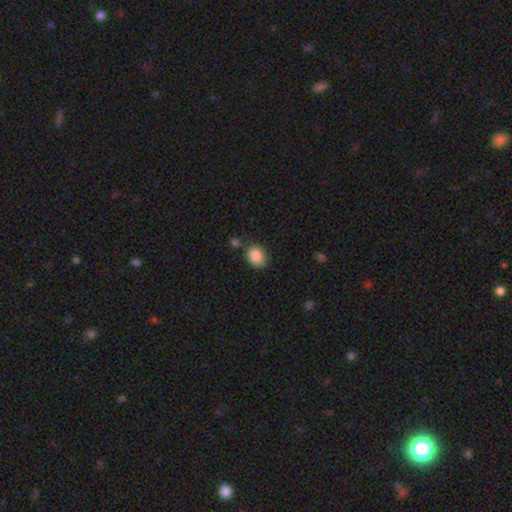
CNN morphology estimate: Smooth or featured?
  - smooth: 88% *
  - star or artifact: 8%
  - featured or disk: 4%
How rounded?
  - in between: 50% *
  - round: 49%
  - cigar-shaped: 1%
Merging?
  - none: 72% *
  - minor disturbance: 17%
  - merger: 7%
  - major disturbance: 4%